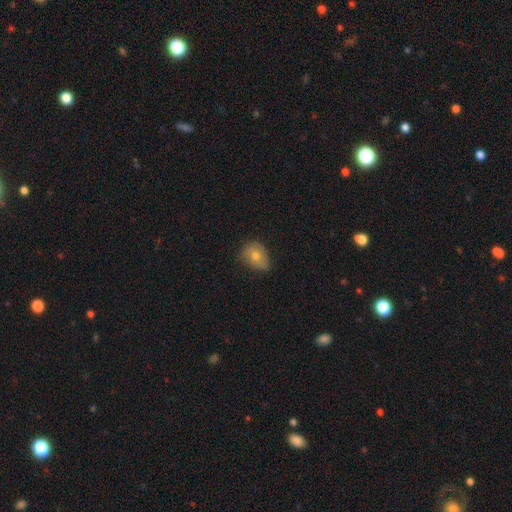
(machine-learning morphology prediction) A smooth galaxy with no disk features (60%) that is in between round and cigar-shaped (59%). Merging: none (60%).